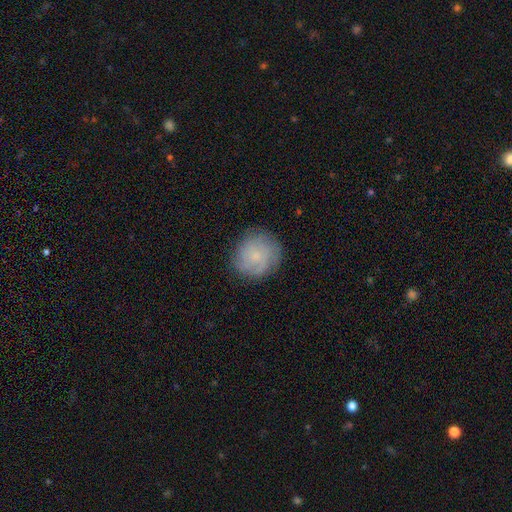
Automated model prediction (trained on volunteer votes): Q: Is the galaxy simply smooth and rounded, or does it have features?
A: smooth — 53%.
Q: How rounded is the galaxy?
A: round — 87%.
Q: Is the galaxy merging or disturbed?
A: none — 80%.